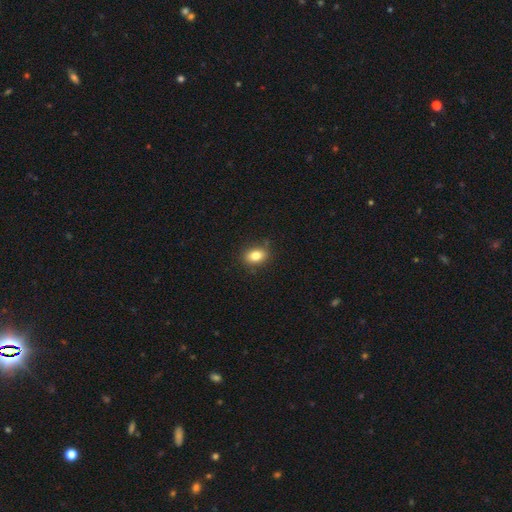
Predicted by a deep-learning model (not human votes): The model was most divided on "how rounded": in between: 75%, round: 24%, cigar-shaped: 2%. More confident: merging — none (83%); smooth or featured — smooth (82%).